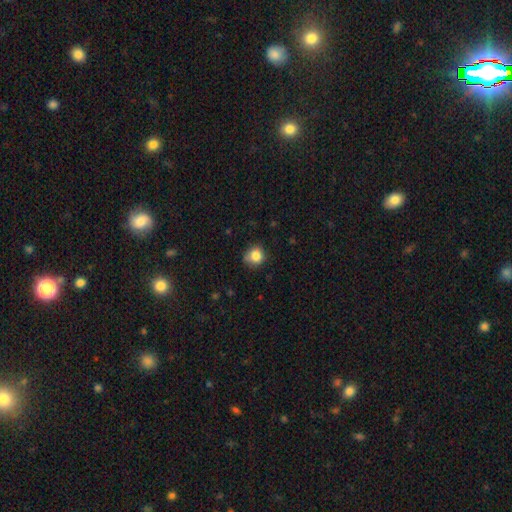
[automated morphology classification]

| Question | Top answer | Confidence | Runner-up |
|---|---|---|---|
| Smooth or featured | smooth | 83% | star or artifact (11%) |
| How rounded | round | 83% | in between (16%) |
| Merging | none | 70% | minor disturbance (23%) |